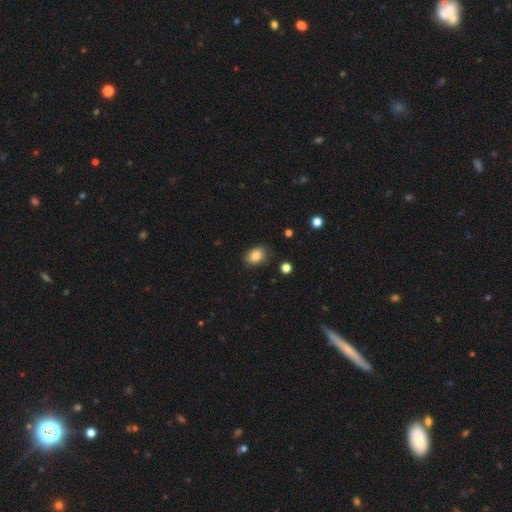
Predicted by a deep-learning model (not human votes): Smooth or featured: smooth — 84% (star or artifact — 9%)
How rounded: in between — 71% (round — 28%)
Merging: none — 80% (minor disturbance — 15%)